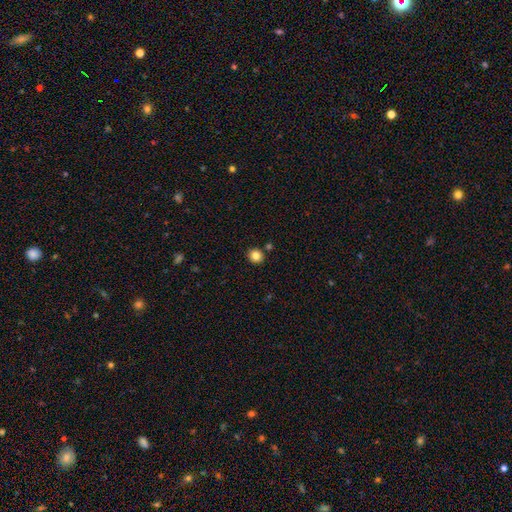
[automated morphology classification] The model was most divided on "how rounded": round: 85%, in between: 14%, cigar-shaped: 1%. More confident: merging — none (86%); smooth or featured — smooth (83%).